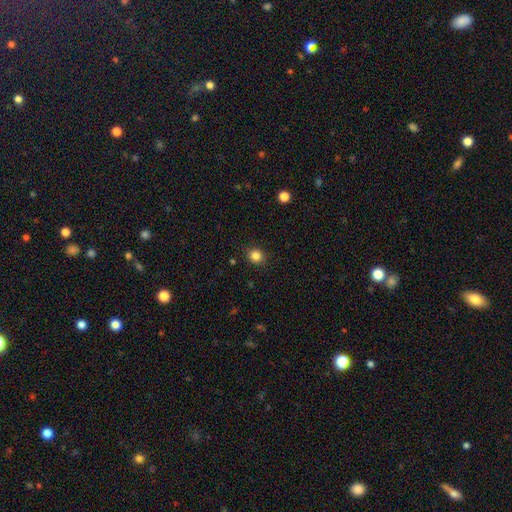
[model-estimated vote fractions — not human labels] Q: Smooth or featured?
A: smooth (84%); runner-up: star or artifact (12%)
Q: How rounded?
A: round (83%); runner-up: in between (16%)
Q: Merging?
A: none (90%); runner-up: minor disturbance (7%)